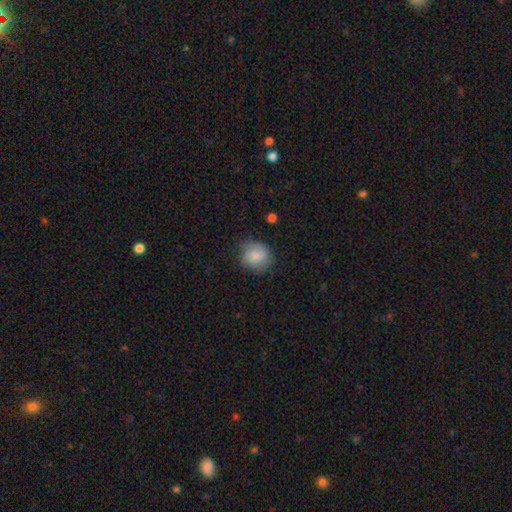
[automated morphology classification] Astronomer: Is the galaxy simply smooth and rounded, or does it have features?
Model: smooth — 70%.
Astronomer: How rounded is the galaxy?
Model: round — 77%.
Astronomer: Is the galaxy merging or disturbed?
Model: none — 69%.